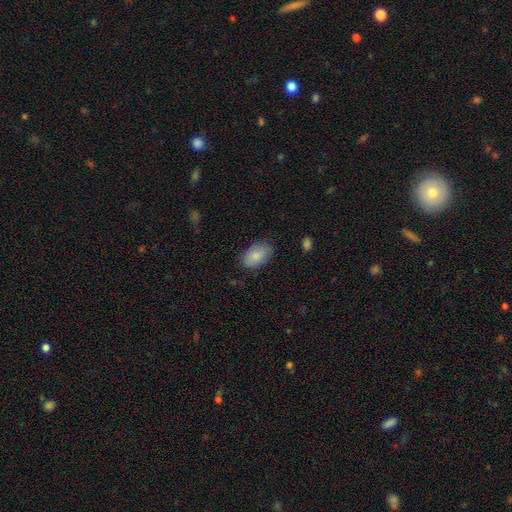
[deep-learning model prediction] A smooth galaxy with no disk features (84%) that is in between round and cigar-shaped (91%).

Vote fractions:
- Smooth or featured? smooth: 84% / featured or disk: 9% / star or artifact: 6%
- How rounded? in between: 91% / round: 7% / cigar-shaped: 1%
- Merging? none: 81% / minor disturbance: 14% / major disturbance: 3% / merger: 1%